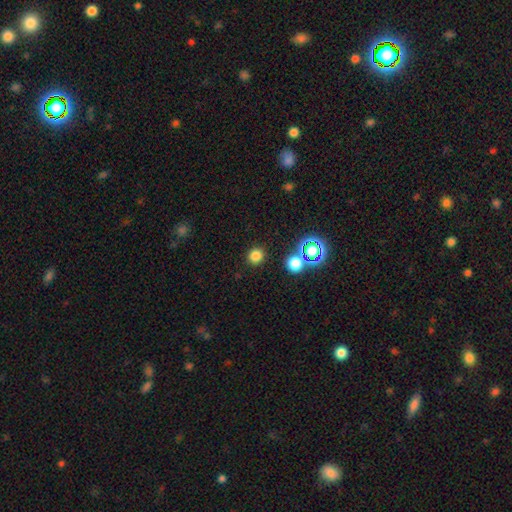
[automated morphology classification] The model was most divided on "smooth or featured": smooth: 78%, star or artifact: 17%, featured or disk: 5%. More confident: how rounded — round (89%); merging — none (88%).